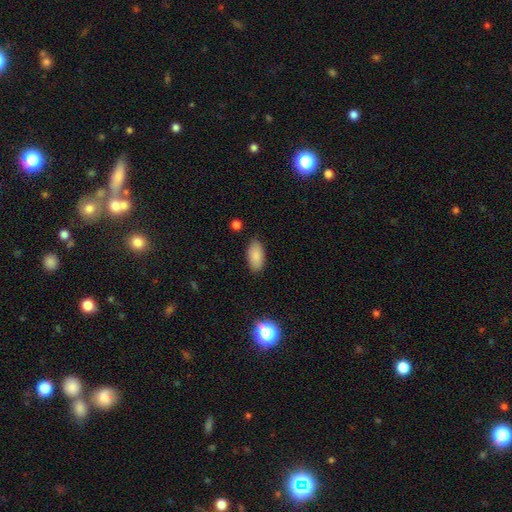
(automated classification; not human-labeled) Morphology: type=smooth (86%); roundness=in between (91%); merging=none (86%).